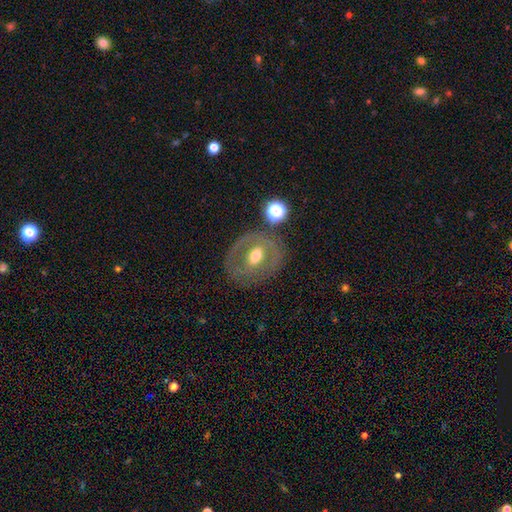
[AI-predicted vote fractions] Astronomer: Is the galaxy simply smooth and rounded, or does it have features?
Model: featured or disk — 56% (runner-up: smooth, 36%).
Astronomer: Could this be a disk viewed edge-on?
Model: no — 93%.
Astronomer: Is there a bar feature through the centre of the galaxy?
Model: no — 50% (runner-up: weak, 32%).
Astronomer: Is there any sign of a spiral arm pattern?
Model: no — 77%.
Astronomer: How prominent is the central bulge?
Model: moderate — 71%.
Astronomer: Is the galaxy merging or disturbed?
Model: none — 72%.